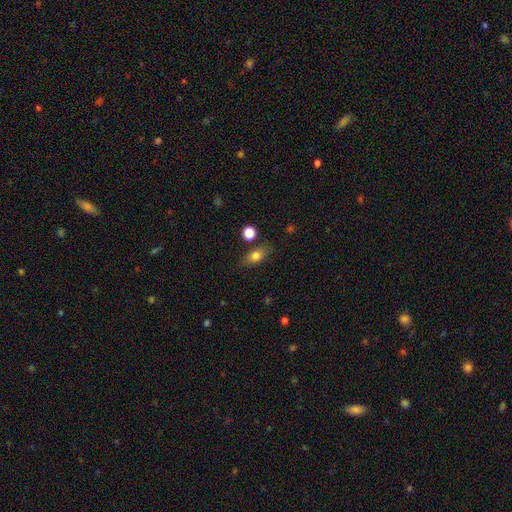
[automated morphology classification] This appears to be a smooth galaxy with no disk features (78%) that is in between round and cigar-shaped (76%). Merging: none (77%).